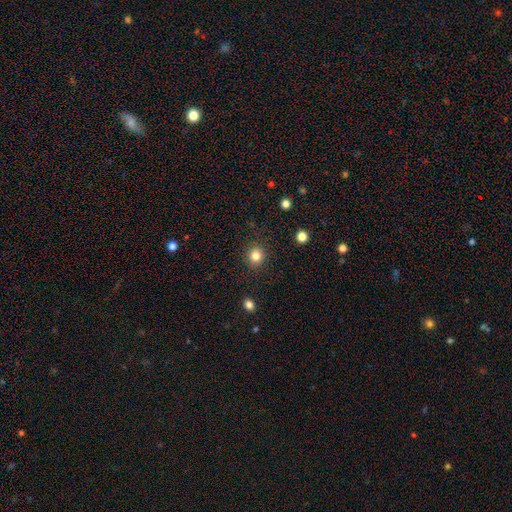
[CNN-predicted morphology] smooth-or-featured: smooth: 83% | star or artifact: 12% | featured or disk: 5%
  how-rounded: round: 88% | in between: 12% | cigar-shaped: 1%
  merging: none: 90% | minor disturbance: 6% | major disturbance: 2% | merger: 1%